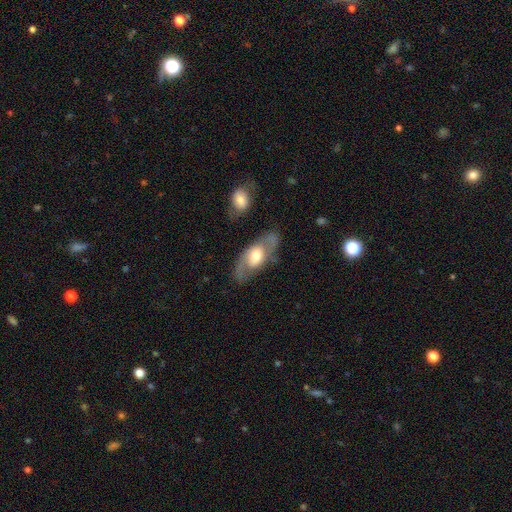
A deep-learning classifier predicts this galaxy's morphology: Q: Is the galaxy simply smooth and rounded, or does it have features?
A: featured or disk — 67%.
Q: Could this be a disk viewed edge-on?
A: no — 87%.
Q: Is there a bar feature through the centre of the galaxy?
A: no — 60%.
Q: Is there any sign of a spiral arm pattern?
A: yes — 72%.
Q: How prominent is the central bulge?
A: moderate — 62%.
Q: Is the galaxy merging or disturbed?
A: none — 73%.